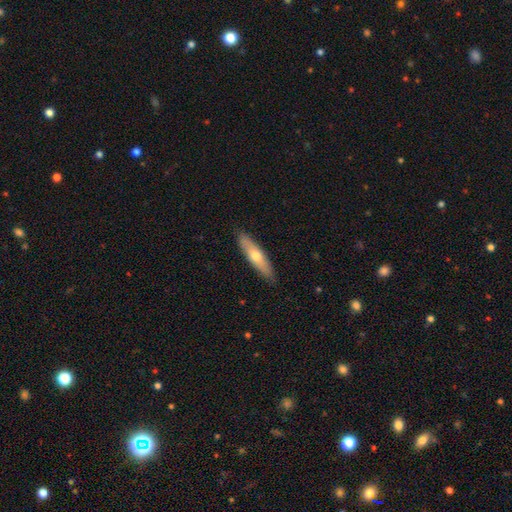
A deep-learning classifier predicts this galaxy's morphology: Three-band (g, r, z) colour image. It shows a smooth galaxy with no disk features (56%) that is cigar-shaped (72%). Merging: none (89%).